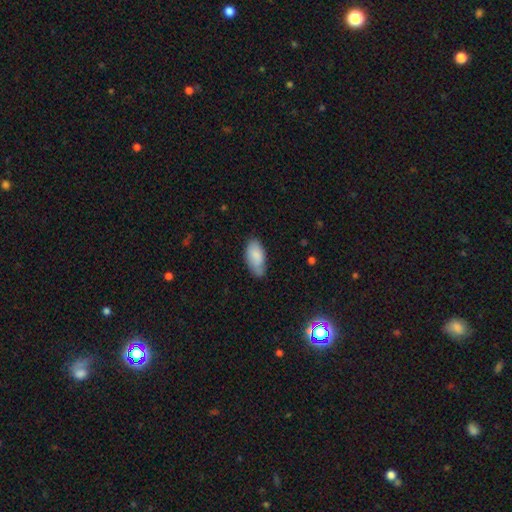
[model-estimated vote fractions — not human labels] This is clearly a smooth galaxy (83%). How rounded: clearly in between (93%). Merging: likely none (65%).